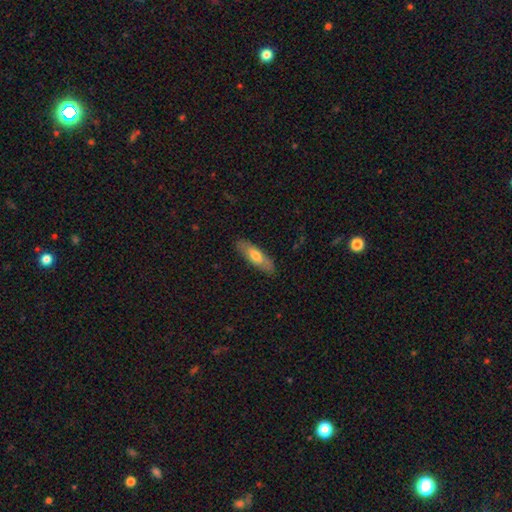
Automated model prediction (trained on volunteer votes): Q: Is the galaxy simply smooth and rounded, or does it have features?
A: smooth — 64%.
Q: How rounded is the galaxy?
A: in between — 55%.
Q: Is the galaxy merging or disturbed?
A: none — 85%.